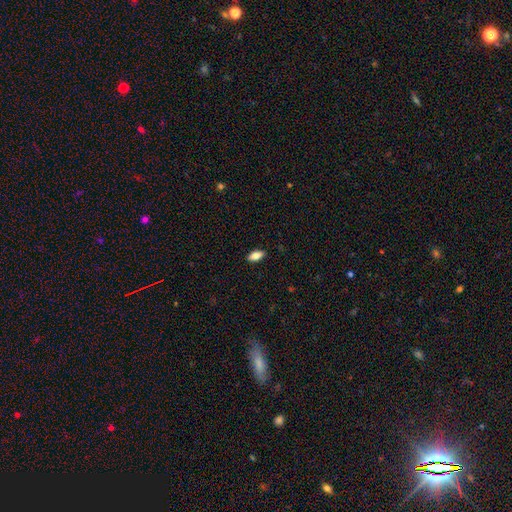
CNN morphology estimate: smooth 80%, featured or disk 13%, star or artifact 7%. Down the decision tree: how rounded — in between (87%); merging — none (88%).